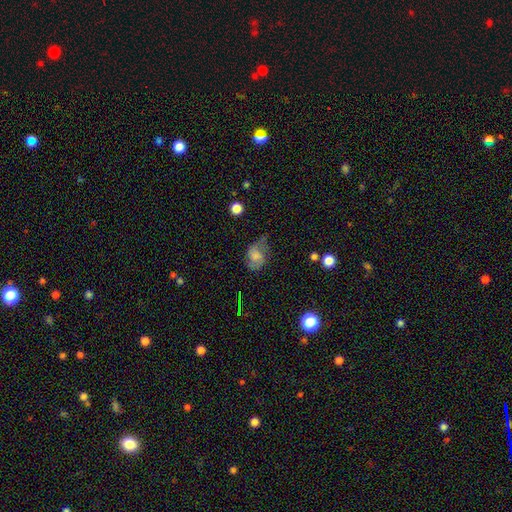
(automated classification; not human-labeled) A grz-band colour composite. It shows a smooth galaxy with no disk features (54%) that is in between round and cigar-shaped (66%). Merging: none (42%).